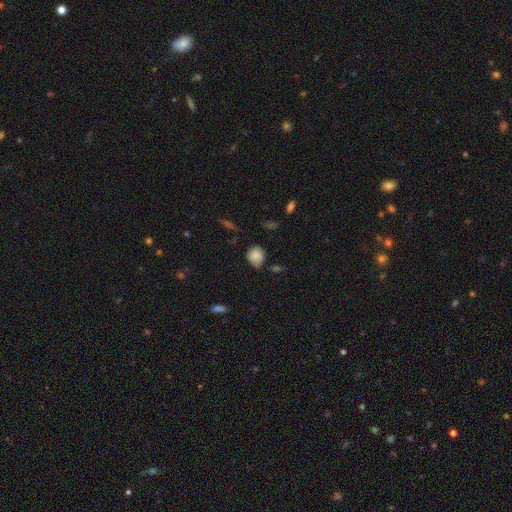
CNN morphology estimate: This appears to be a smooth galaxy with no disk features (84%) that is round (68%). Merging: none (56%).